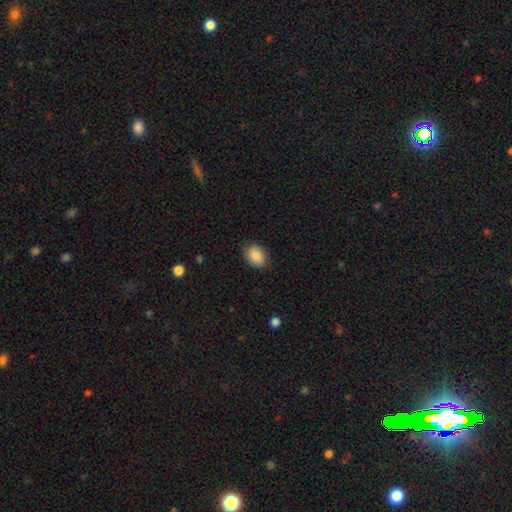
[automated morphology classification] Smooth or featured: smooth — 87% (star or artifact — 7%)
How rounded: in between — 72% (round — 27%)
Merging: none — 85% (minor disturbance — 11%)